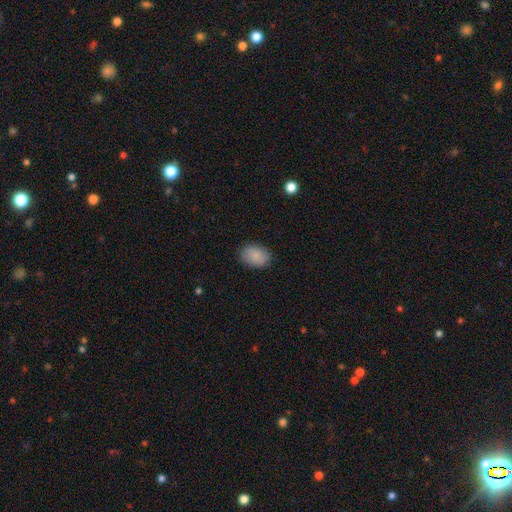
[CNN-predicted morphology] smooth-or-featured: smooth: 87% | star or artifact: 7% | featured or disk: 5%
  how-rounded: in between: 72% | round: 27% | cigar-shaped: 1%
  merging: none: 86% | minor disturbance: 10% | major disturbance: 2% | merger: 1%